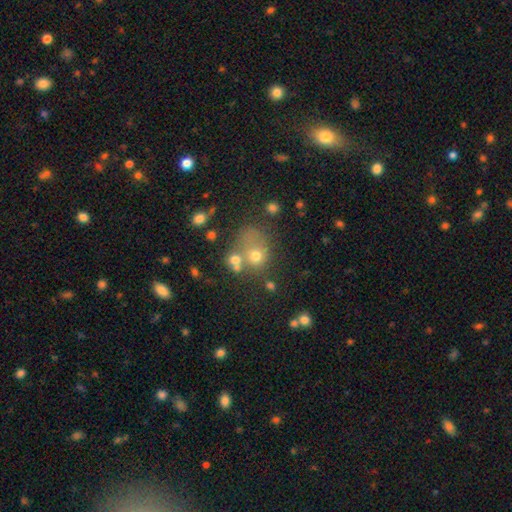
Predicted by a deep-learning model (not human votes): A smooth galaxy with no disk features (63%) that is round (65%). Merging: none (37%).